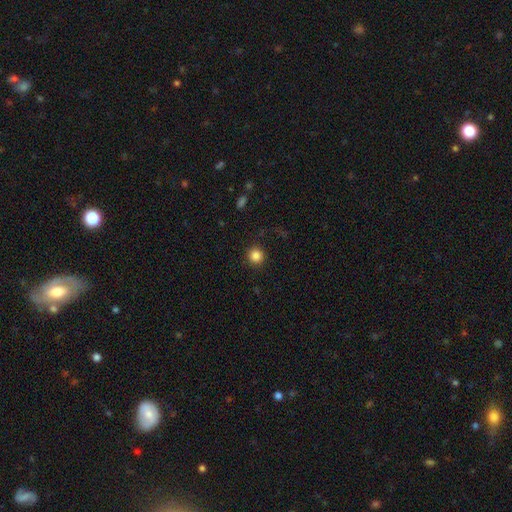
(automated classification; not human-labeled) A smooth galaxy with no disk features (85%) that is round (94%). Merging: none (90%).